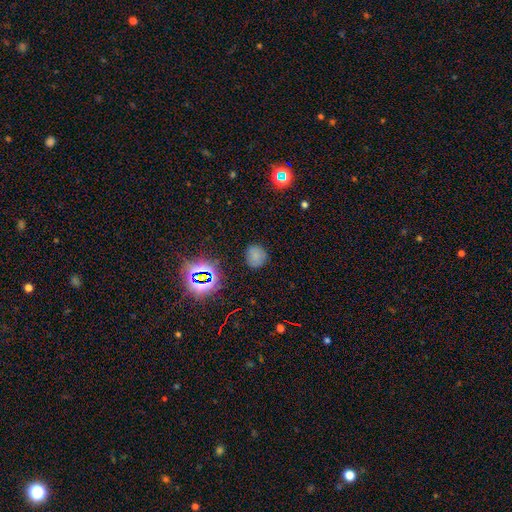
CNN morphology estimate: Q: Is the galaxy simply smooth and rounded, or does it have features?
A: smooth — 67%.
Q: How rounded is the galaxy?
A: round — 84%.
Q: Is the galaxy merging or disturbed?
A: none — 80%.